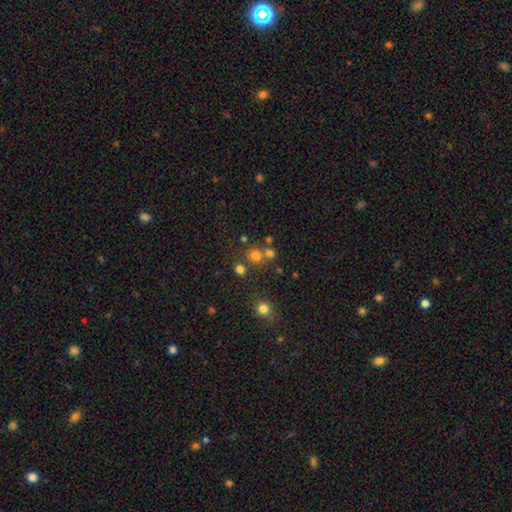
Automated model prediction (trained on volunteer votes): A smooth galaxy with no disk features (71%) that is round (86%).

Vote fractions:
- Smooth or featured? smooth: 71% / star or artifact: 20% / featured or disk: 8%
- How rounded? round: 86% / in between: 13% / cigar-shaped: 1%
- Merging? none: 64% / merger: 25% / minor disturbance: 8% / major disturbance: 4%